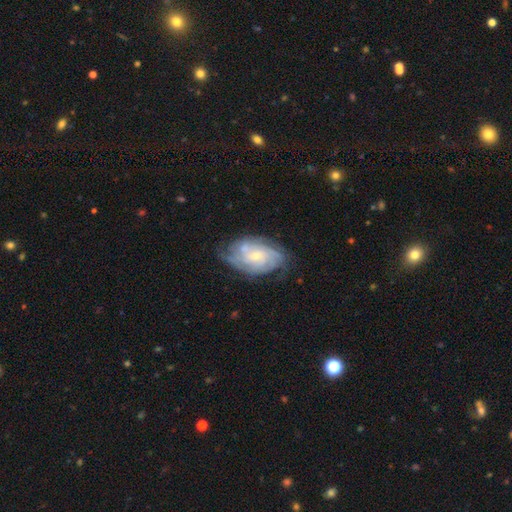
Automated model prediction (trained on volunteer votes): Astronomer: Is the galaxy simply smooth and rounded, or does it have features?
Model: featured or disk — 80%.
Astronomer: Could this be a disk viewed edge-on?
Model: no — 96%.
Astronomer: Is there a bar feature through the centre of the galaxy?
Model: no — 67%.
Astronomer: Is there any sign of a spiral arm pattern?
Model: yes — 93%.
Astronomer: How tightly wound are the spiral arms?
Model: tight — 65%.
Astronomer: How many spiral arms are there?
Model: can't tell — 41% (runner-up: 4, 18%).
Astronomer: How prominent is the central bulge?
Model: small — 69%.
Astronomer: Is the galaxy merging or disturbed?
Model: none — 65%.